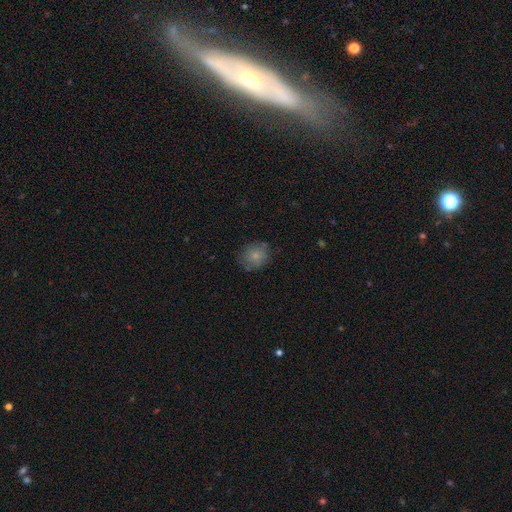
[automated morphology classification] smooth_or_featured: smooth (p=0.79) [alt: featured or disk p=0.11]
how_rounded: round (p=0.77) [alt: in between p=0.22]
merging: none (p=0.76) [alt: minor disturbance p=0.17]